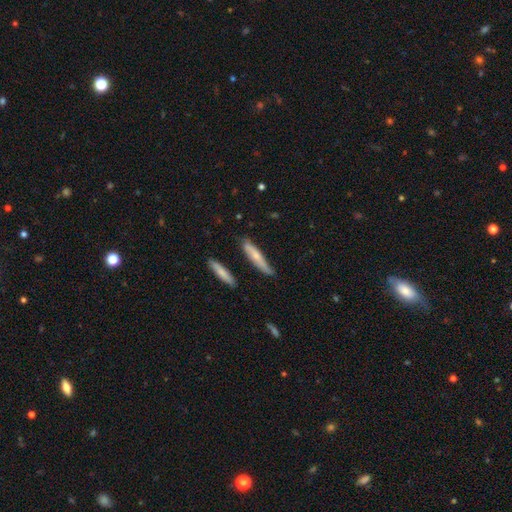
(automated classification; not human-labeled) Q: Smooth or featured?
A: smooth (56%); runner-up: featured or disk (38%)
Q: How rounded?
A: cigar-shaped (85%); runner-up: in between (13%)
Q: Merging?
A: none (68%); runner-up: minor disturbance (23%)